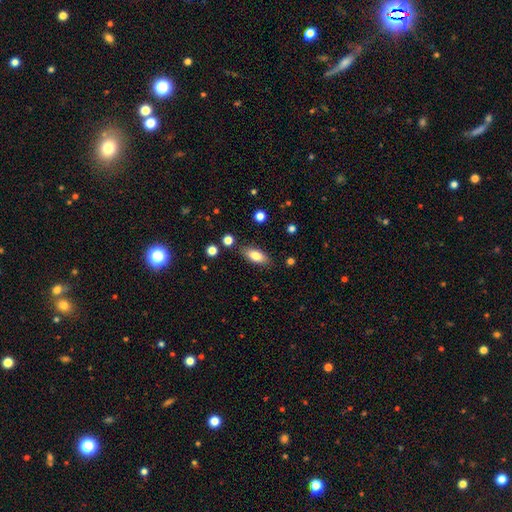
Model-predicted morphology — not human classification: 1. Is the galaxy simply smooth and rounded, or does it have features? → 79% smooth, 13% featured or disk, 7% star or artifact.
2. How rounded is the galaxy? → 81% in between, 16% cigar-shaped, 3% round.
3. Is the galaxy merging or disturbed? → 83% none, 11% minor disturbance, 3% merger, 3% major disturbance.